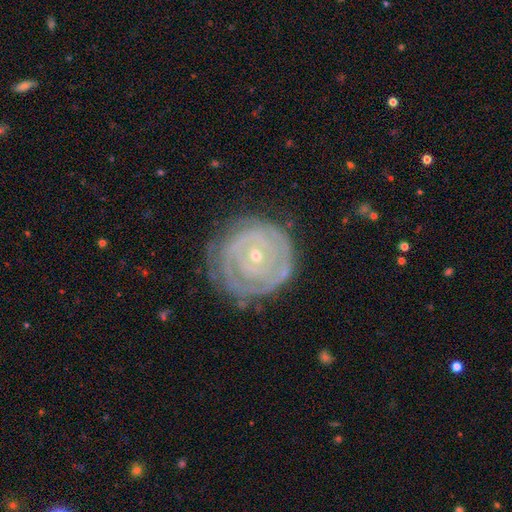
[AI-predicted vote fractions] The model was most divided on "spiral arm count": can't tell: 41%, 2: 24%, 3: 15%, 4: 8%, 1: 7%, more than 4: 6%. More confident: edge-on disk — no (97%); spiral arms — yes (87%); spiral winding — tight (86%); smooth or featured — featured or disk (82%); bar — no (77%); merging — none (74%); bulge size — small (71%).